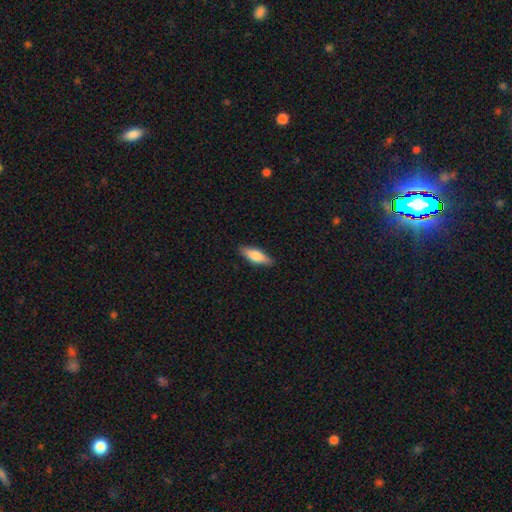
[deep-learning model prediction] Morphology: type=smooth (76%); roundness=in between (58%); merging=none (88%).